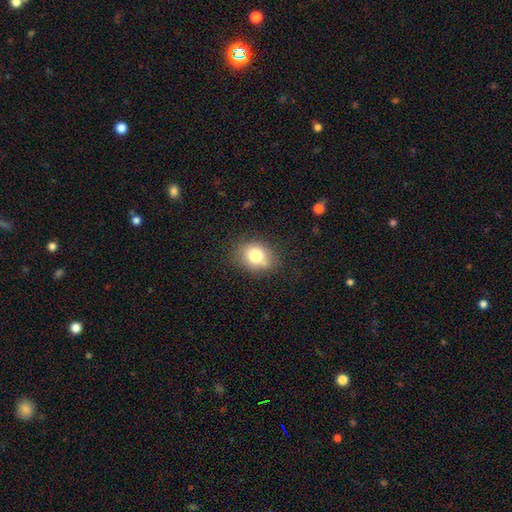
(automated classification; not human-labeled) Smooth or featured? Predicted: smooth (p=0.77). How rounded? Predicted: in between (p=0.50). Merging? Predicted: none (p=0.78).